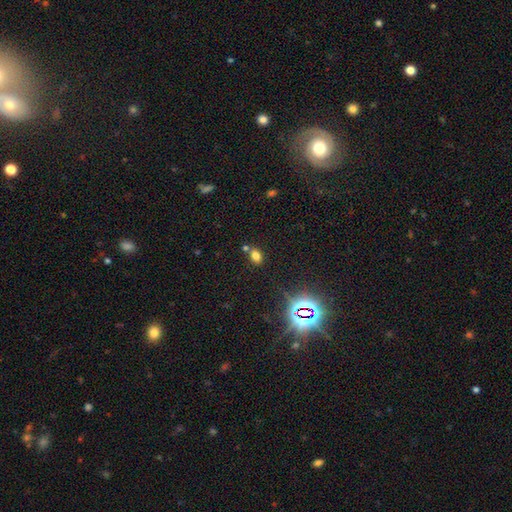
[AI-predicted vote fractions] smooth-or-featured: smooth: 72% | star or artifact: 20% | featured or disk: 8%
  how-rounded: in between: 74% | round: 25% | cigar-shaped: 2%
  merging: none: 67% | merger: 18% | minor disturbance: 11% | major disturbance: 4%